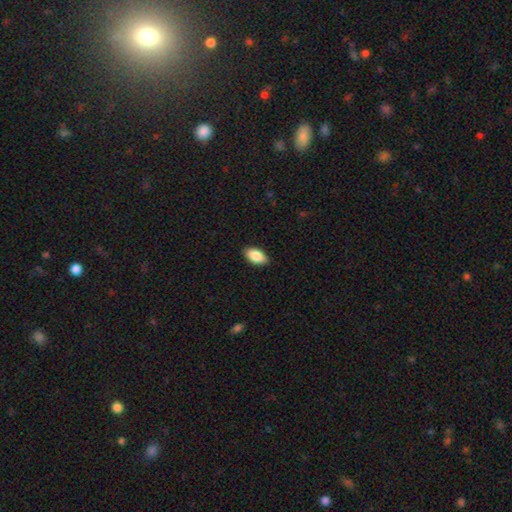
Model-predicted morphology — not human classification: Smooth or featured: smooth — 87% (star or artifact — 6%)
How rounded: in between — 94% (round — 3%)
Merging: none — 88% (minor disturbance — 9%)